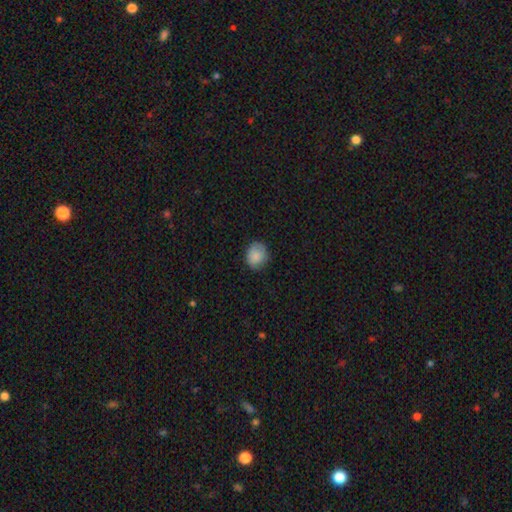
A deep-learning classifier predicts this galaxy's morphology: This appears to be a smooth galaxy with no disk features (86%) that is round (69%). Merging: none (77%).